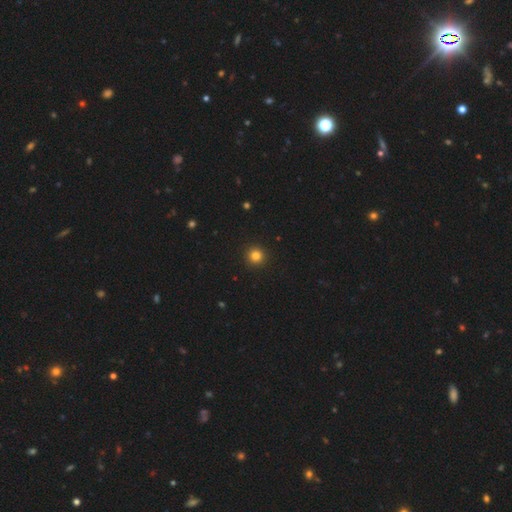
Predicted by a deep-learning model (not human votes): Smooth or featured? smooth (82%)
How rounded? round (96%)
Merging? none (94%)